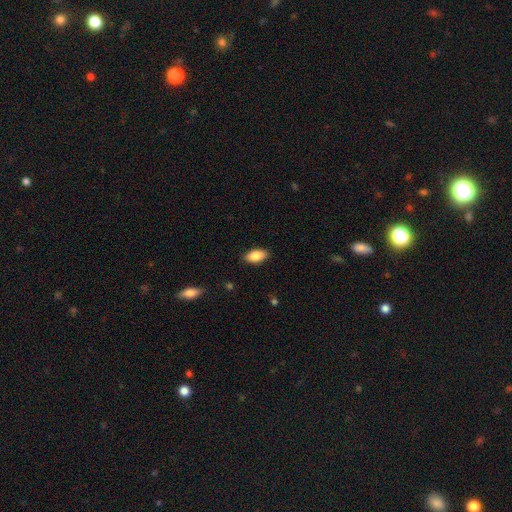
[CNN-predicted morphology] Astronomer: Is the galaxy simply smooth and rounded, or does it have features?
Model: smooth — 87%.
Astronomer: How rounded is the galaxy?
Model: in between — 93%.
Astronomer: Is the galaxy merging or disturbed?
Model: none — 88%.